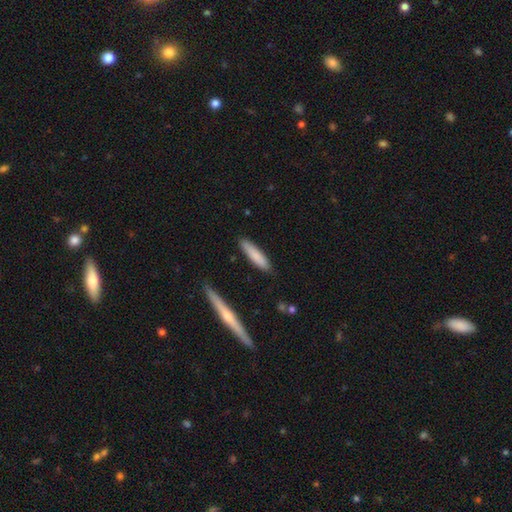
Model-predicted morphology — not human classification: smooth 81%, featured or disk 13%, star or artifact 6%. Down the decision tree: how rounded — cigar-shaped (78%); merging — none (86%).